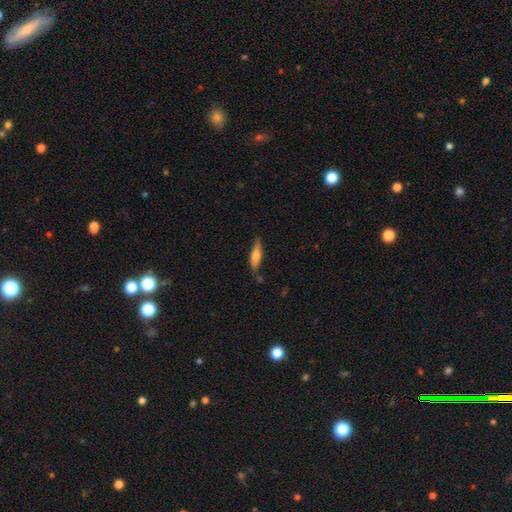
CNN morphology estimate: This is likely a smooth galaxy (65%). How rounded: likely cigar-shaped (68%). Merging: likely none (75%).